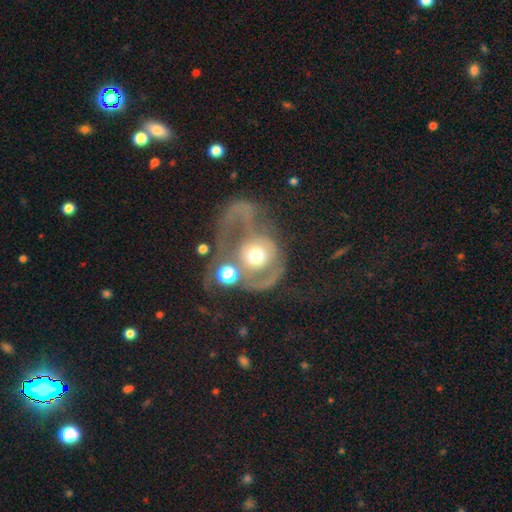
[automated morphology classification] smooth_or_featured: featured or disk (p=0.57) [alt: smooth p=0.34]
disk_edge_on: no (p=0.96) [alt: yes p=0.04]
bar: no (p=0.82) [alt: weak p=0.13]
has_spiral_arms: no (p=0.53) [alt: yes p=0.47]
bulge_size: moderate (p=0.62) [alt: small p=0.17]
merging: major disturbance (p=0.48) [alt: merger p=0.21]